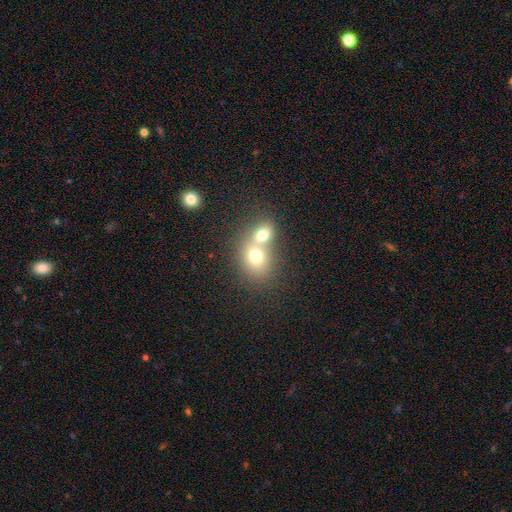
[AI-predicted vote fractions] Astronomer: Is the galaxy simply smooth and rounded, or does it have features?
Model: smooth — 71%.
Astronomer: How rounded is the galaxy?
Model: round — 60% (runner-up: in between, 39%).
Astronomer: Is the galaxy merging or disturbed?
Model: merger — 67%.